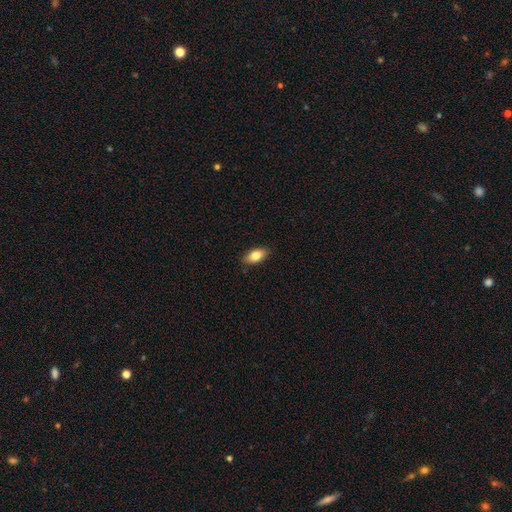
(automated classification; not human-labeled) This appears to be a smooth galaxy with no disk features (82%) that is in between round and cigar-shaped (90%). Merging: none (88%).